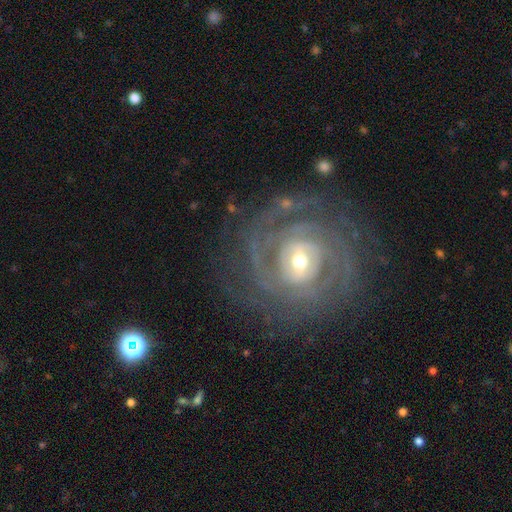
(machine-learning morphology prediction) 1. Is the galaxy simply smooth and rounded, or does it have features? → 85% featured or disk, 8% smooth, 7% star or artifact.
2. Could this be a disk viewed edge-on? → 97% no, 3% yes.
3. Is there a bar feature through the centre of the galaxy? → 48% no, 36% weak, 16% strong.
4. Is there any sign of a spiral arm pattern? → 93% yes, 7% no.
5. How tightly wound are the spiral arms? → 74% tight, 21% medium, 5% loose.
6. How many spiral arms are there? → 31% can't tell, 28% 2, 18% 3, 10% 4, 7% more than 4, 6% 1.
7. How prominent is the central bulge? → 52% small, 43% moderate, 3% large, 1% none, 1% dominant.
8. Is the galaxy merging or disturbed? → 79% none, 13% minor disturbance, 7% major disturbance, 1% merger.